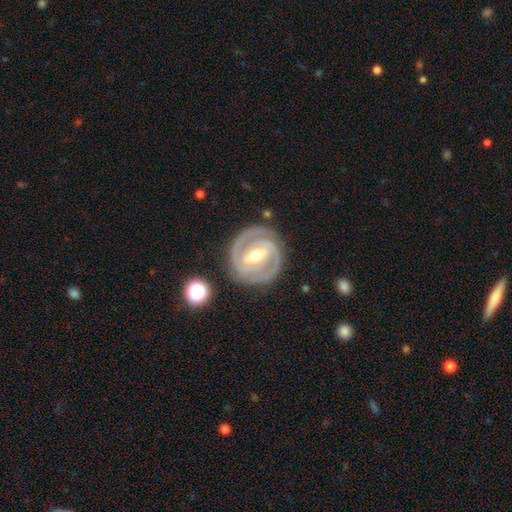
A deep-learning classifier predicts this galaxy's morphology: A featured or disk galaxy (91%) with a strong bar (53%), 2 (86%) tight (71%) spiral arms (96%) and a moderate central bulge (68%). Merging: none (84%).